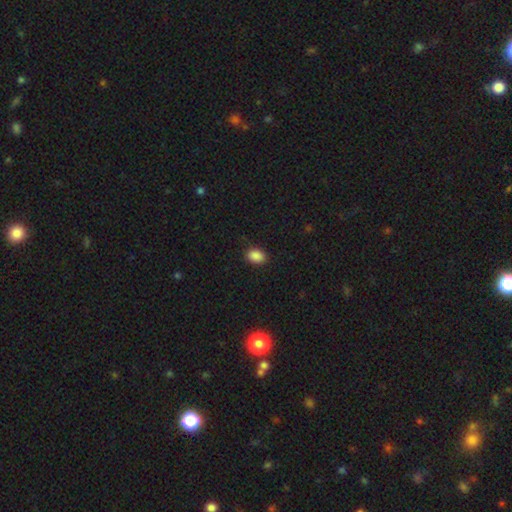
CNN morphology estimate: Smooth or featured? Predicted: smooth (p=0.88). How rounded? Predicted: in between (p=0.76). Merging? Predicted: none (p=0.88).